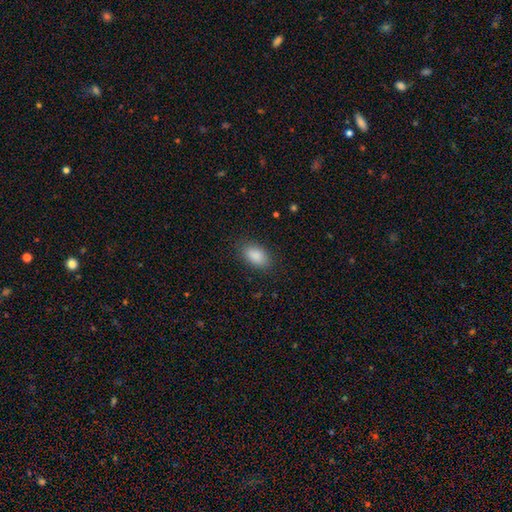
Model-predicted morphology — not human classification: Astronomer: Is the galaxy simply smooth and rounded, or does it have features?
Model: smooth — 89%.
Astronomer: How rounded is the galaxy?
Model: in between — 92%.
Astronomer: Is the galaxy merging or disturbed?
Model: none — 85%.